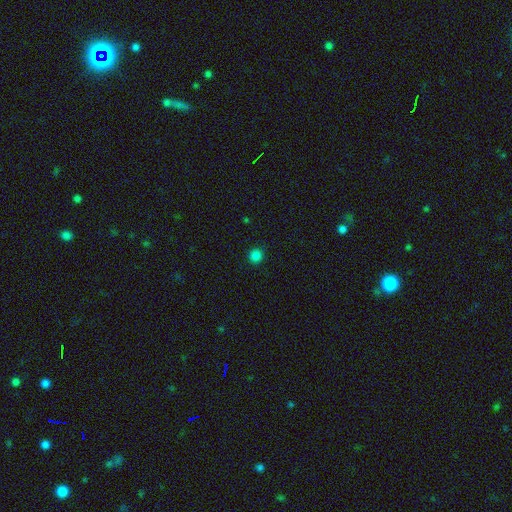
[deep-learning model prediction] Smooth or featured?
  - smooth: 83% *
  - star or artifact: 14%
  - featured or disk: 3%
How rounded?
  - round: 94% *
  - in between: 5%
  - cigar-shaped: 1%
Merging?
  - none: 92% *
  - minor disturbance: 5%
  - major disturbance: 2%
  - merger: 1%